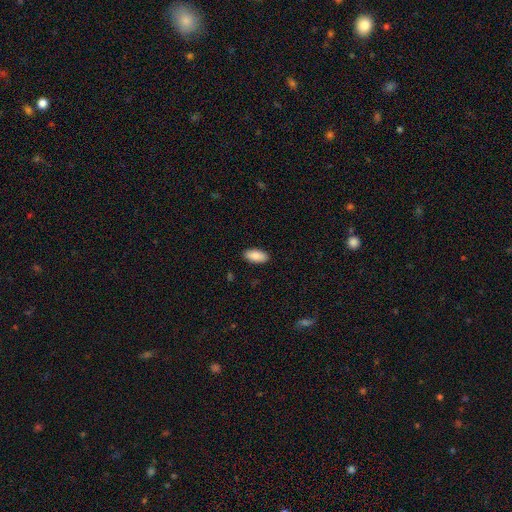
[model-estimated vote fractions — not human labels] This is clearly a smooth galaxy (89%). How rounded: clearly in between (93%). Merging: clearly none (90%).